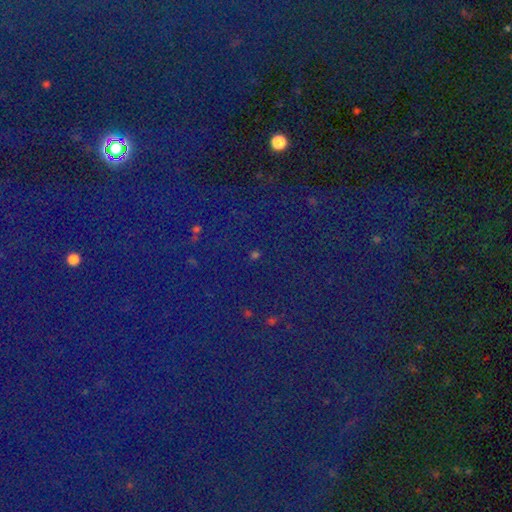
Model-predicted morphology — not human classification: A star or artifact, not a galaxy (80%).

Vote fractions:
- Smooth or featured? star or artifact: 80% / smooth: 13% / featured or disk: 8%